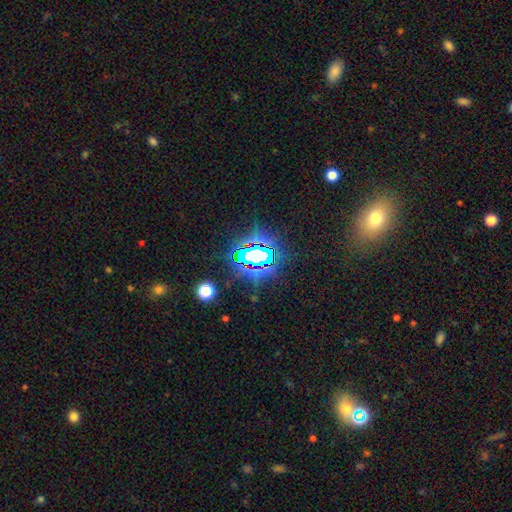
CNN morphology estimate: Smooth or featured? Predicted: star or artifact (p=0.67).